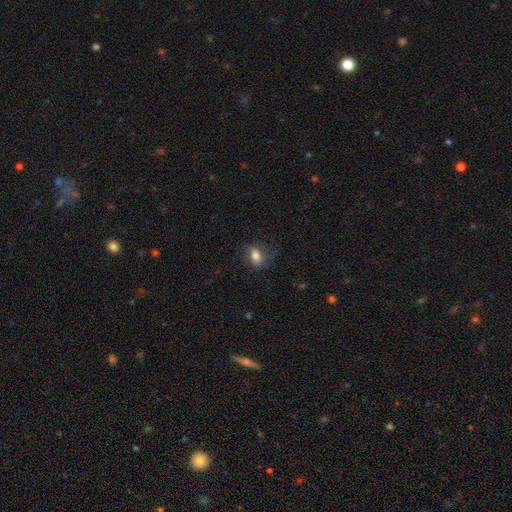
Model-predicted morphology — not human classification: Smooth or featured? smooth (74%)
How rounded? in between (78%)
Merging? none (62%)